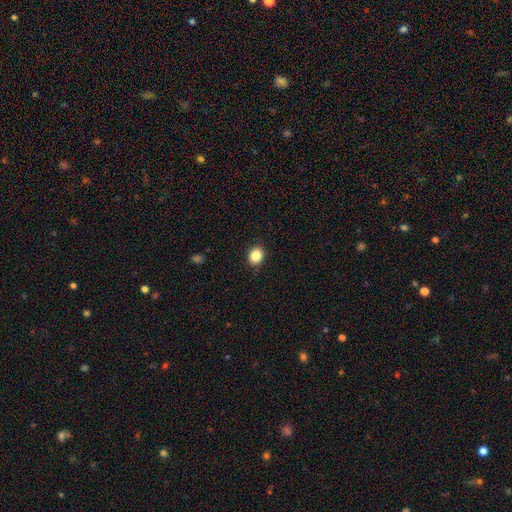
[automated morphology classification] A smooth galaxy with no disk features (85%) that is round (64%). Merging: none (89%).